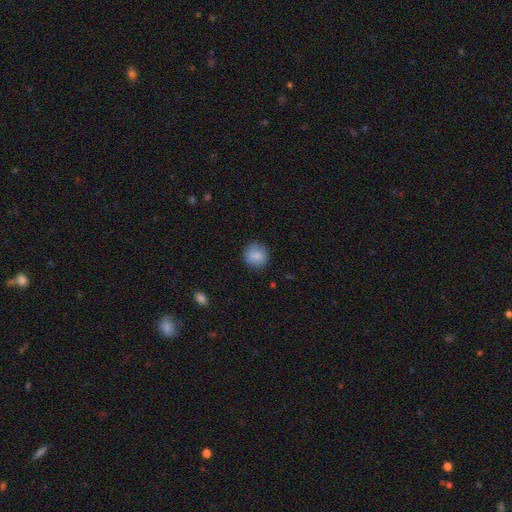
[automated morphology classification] This is clearly a smooth galaxy (82%). How rounded: clearly round (91%). Merging: clearly none (84%).